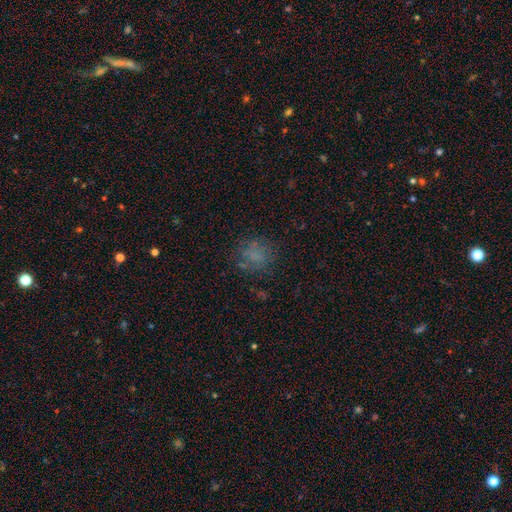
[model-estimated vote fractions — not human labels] This appears to be a smooth galaxy with no disk features (63%) that is round (75%). Merging: none (71%).